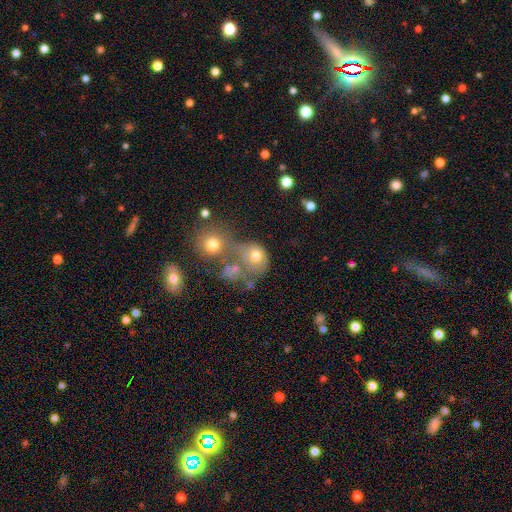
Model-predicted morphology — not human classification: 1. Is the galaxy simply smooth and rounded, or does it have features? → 68% smooth, 18% featured or disk, 14% star or artifact.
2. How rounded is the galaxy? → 69% round, 30% in between, 1% cigar-shaped.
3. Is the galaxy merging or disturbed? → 47% merger, 30% none, 12% minor disturbance, 11% major disturbance.